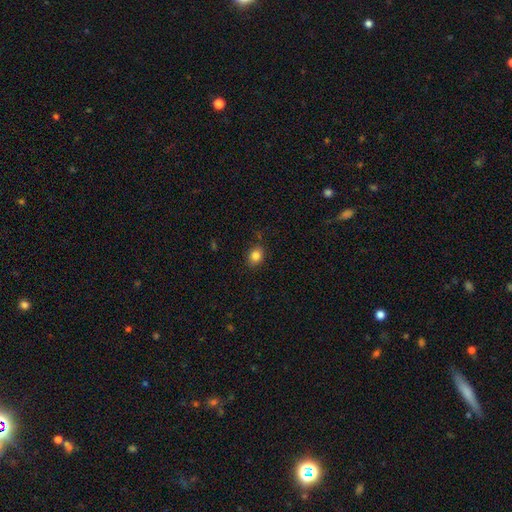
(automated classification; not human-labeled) Q: Smooth or featured?
A: smooth (84%); runner-up: star or artifact (10%)
Q: How rounded?
A: in between (52%); runner-up: round (47%)
Q: Merging?
A: none (83%); runner-up: minor disturbance (13%)